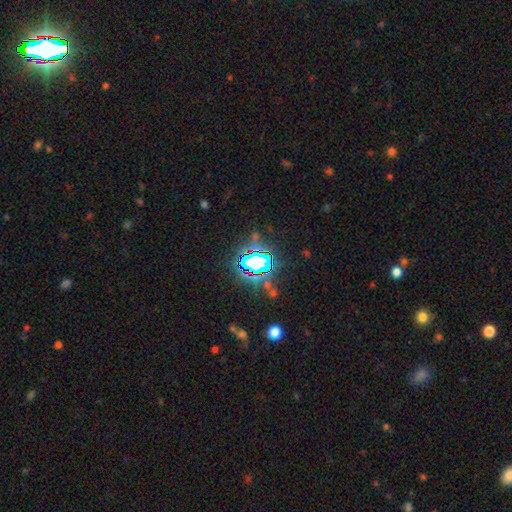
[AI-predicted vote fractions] Morphology: type=star or artifact (81%).